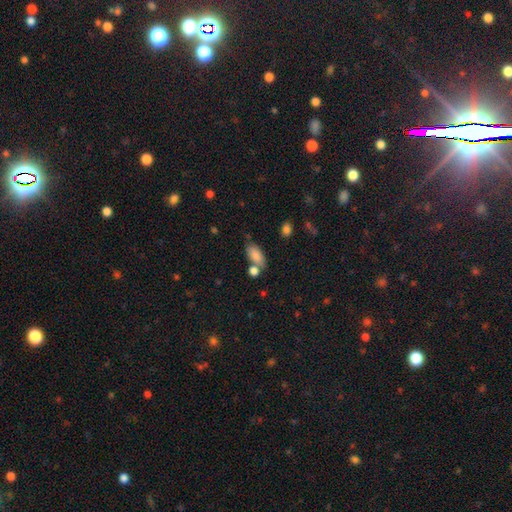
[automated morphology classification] smooth 85%, featured or disk 8%, star or artifact 8%. Down the decision tree: how rounded — in between (88%); merging — none (57%).